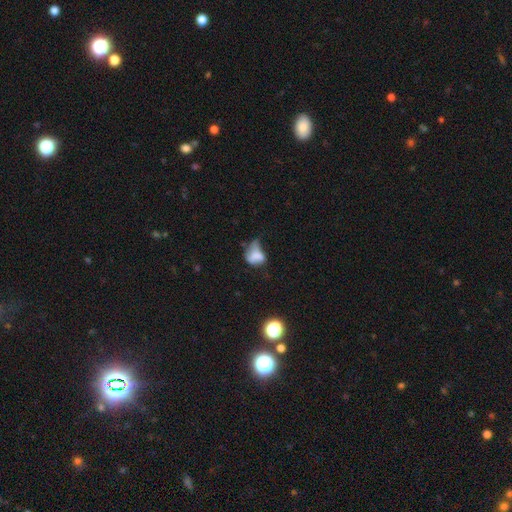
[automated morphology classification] Smooth or featured? Predicted: smooth (p=0.60). How rounded? Predicted: in between (p=0.72). Merging? Predicted: major disturbance (p=0.36).